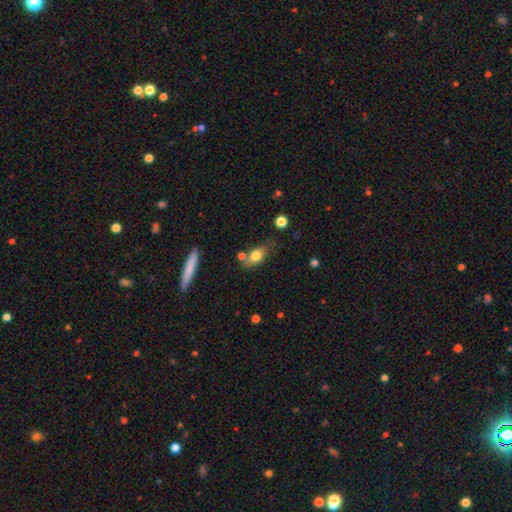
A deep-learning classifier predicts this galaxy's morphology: Smooth or featured?
  - smooth: 76% *
  - featured or disk: 16%
  - star or artifact: 8%
How rounded?
  - in between: 77% *
  - round: 12%
  - cigar-shaped: 11%
Merging?
  - none: 60% *
  - minor disturbance: 21%
  - merger: 12%
  - major disturbance: 6%